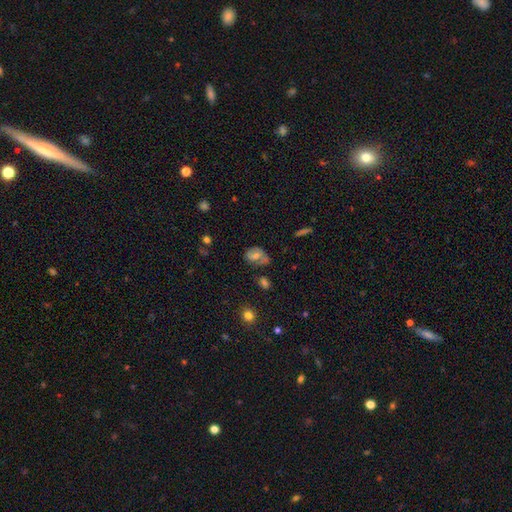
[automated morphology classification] A featured or disk galaxy (43%).

Vote fractions:
- Smooth or featured? featured or disk: 43% / smooth: 41% / star or artifact: 16%
- Merging? none: 57% / minor disturbance: 24% / major disturbance: 11% / merger: 7%